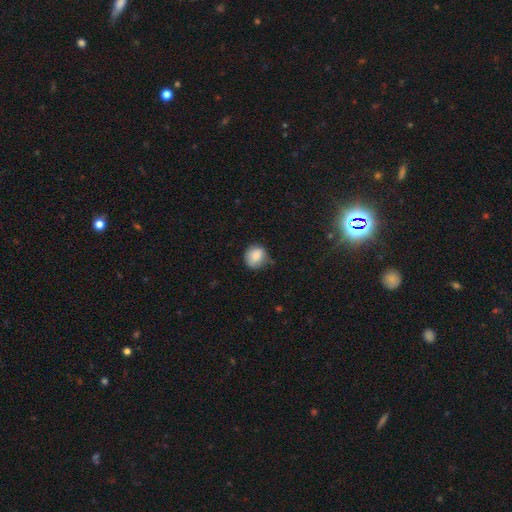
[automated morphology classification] Overall: smooth (84%). How rounded: round (75%). Merging: none (63%; minor disturbance 29%).